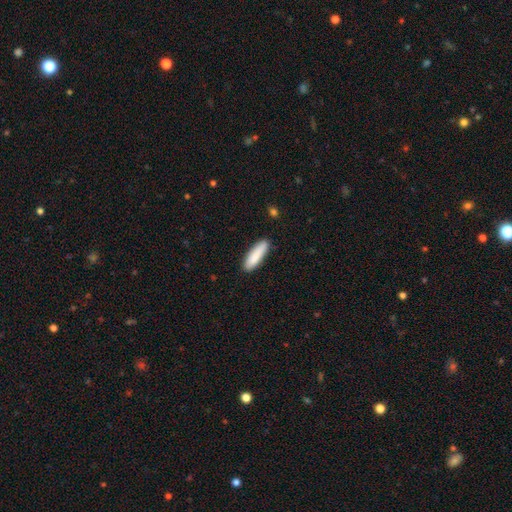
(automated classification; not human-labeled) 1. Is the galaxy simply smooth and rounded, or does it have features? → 87% smooth, 8% featured or disk, 5% star or artifact.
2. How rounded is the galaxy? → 63% cigar-shaped, 35% in between, 1% round.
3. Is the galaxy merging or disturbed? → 86% none, 11% minor disturbance, 2% major disturbance, 1% merger.